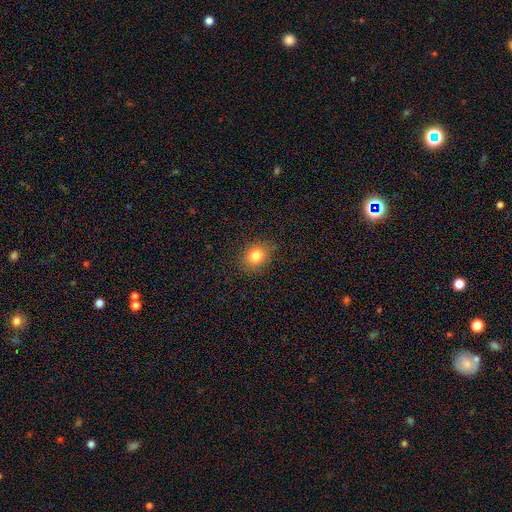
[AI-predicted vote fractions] A smooth galaxy with no disk features (81%) that is round (65%).

Vote fractions:
- Smooth or featured? smooth: 81% / star or artifact: 12% / featured or disk: 7%
- How rounded? round: 65% / in between: 34% / cigar-shaped: 1%
- Merging? none: 85% / minor disturbance: 11% / major disturbance: 3% / merger: 1%